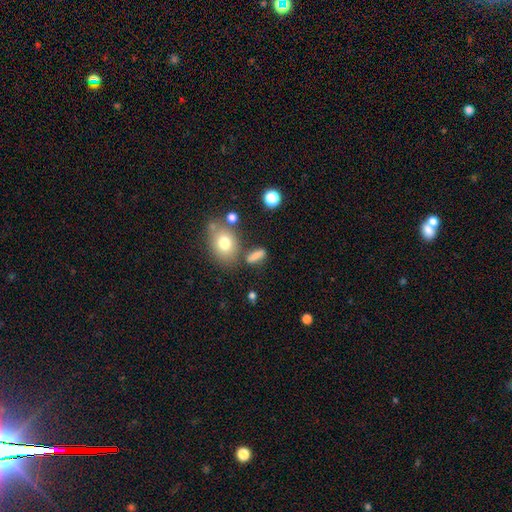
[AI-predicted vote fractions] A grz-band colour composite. It shows a smooth galaxy with no disk features (77%) that is in between round and cigar-shaped (56%). Merging: none (66%).